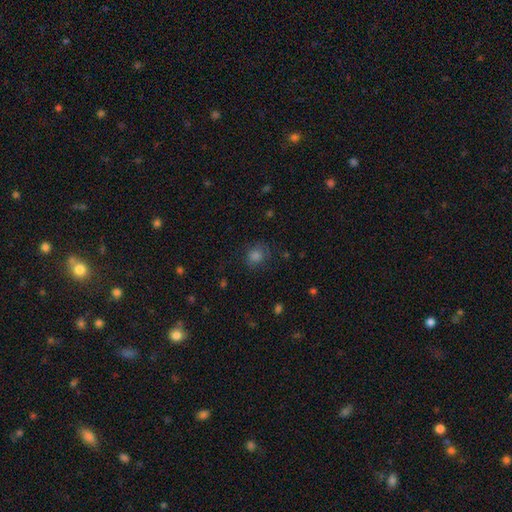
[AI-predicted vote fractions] Smooth or featured? Predicted: smooth (p=0.71). How rounded? Predicted: round (p=0.78). Merging? Predicted: none (p=0.77).